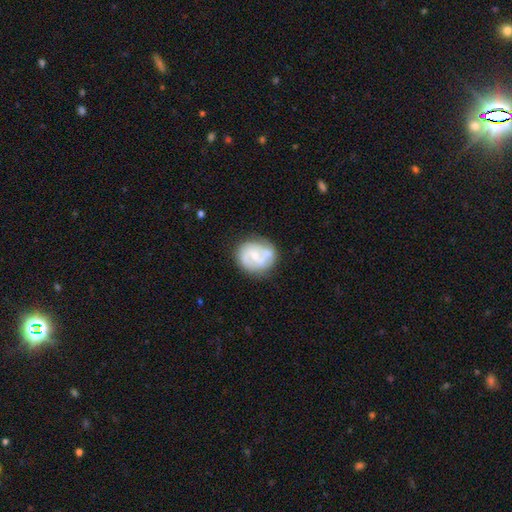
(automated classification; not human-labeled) Overall: featured or disk (66%; smooth 28%). Edge-on disk: no (98%). Bar: no (51%; weak 39%). Spiral arms: yes (72%). Bulge size: small (50%; moderate 41%). Merging: none (64%).